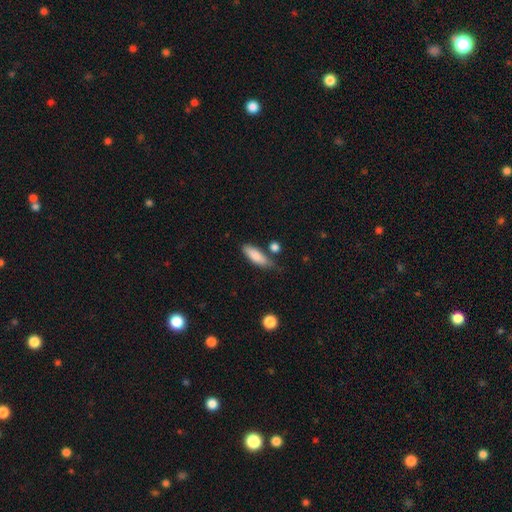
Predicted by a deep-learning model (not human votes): Q: Smooth or featured?
A: smooth (82%); runner-up: featured or disk (12%)
Q: How rounded?
A: in between (56%); runner-up: cigar-shaped (42%)
Q: Merging?
A: none (65%); runner-up: minor disturbance (21%)